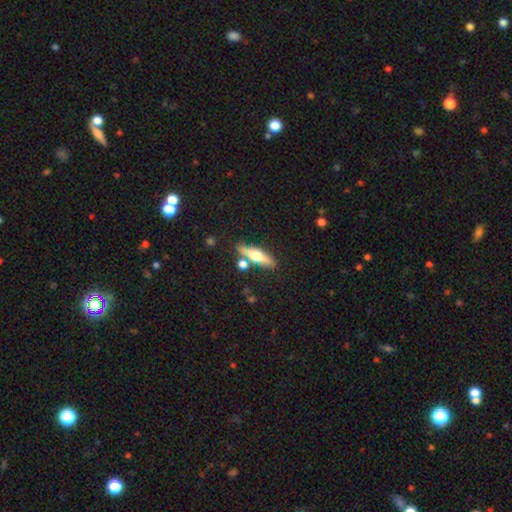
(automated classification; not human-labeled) The model was most divided on "smooth or featured": smooth: 49%, featured or disk: 43%, star or artifact: 7%. More confident: merging — none (74%).